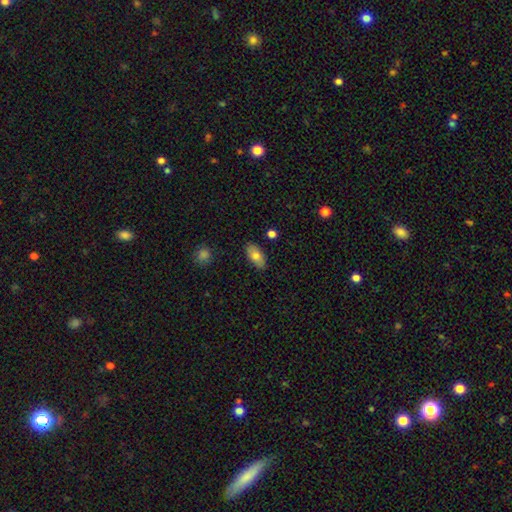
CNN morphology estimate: Smooth or featured? Predicted: smooth (p=0.77). How rounded? Predicted: in between (p=0.91). Merging? Predicted: none (p=0.86).